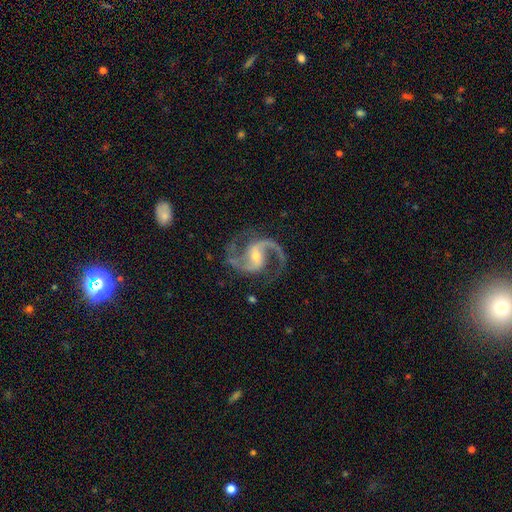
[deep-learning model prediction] Smooth or featured: featured or disk — 94% (star or artifact — 4%)
Edge-on disk: no — 98% (yes — 2%)
Bar: weak — 45% (no — 29%)
Spiral arms: yes — 99% (no — 1%)
Spiral winding: medium — 67% (loose — 22%)
Spiral arm count: 2 — 94% (3 — 2%)
Bulge size: small — 55% (moderate — 41%)
Merging: none — 79% (minor disturbance — 13%)